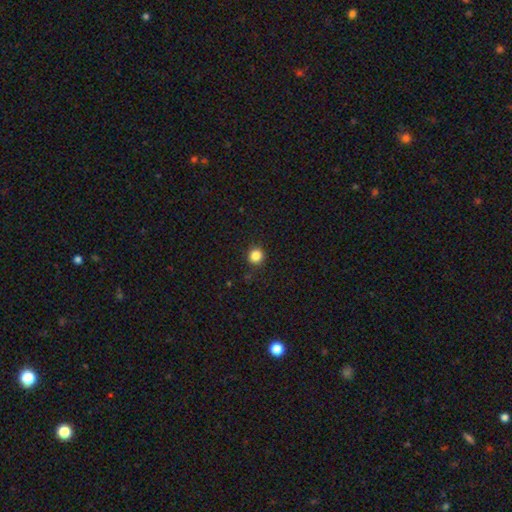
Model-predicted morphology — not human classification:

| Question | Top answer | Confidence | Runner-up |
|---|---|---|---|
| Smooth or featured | smooth | 85% | star or artifact (12%) |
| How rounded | round | 92% | in between (7%) |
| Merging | none | 91% | minor disturbance (6%) |